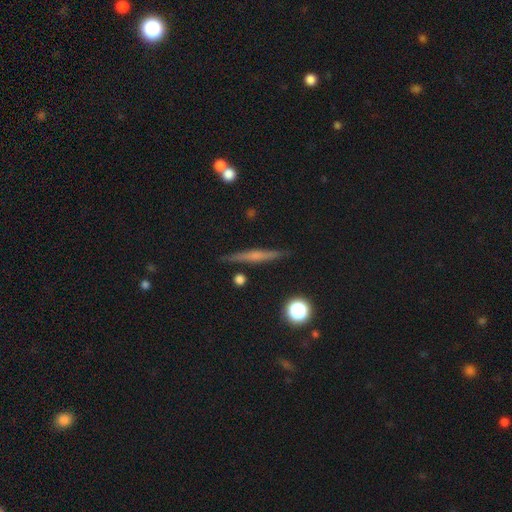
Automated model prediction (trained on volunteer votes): Q: Smooth or featured?
A: featured or disk (58%); runner-up: smooth (32%)
Q: Edge-on disk?
A: yes (97%); runner-up: no (3%)
Q: Edge-on bulge?
A: rounded (56%); runner-up: none (33%)
Q: Merging?
A: none (89%); runner-up: minor disturbance (8%)